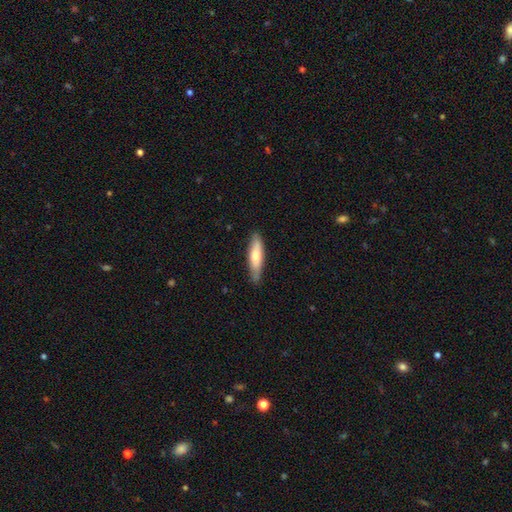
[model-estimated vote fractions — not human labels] Q: Smooth or featured?
A: smooth (65%); runner-up: featured or disk (30%)
Q: How rounded?
A: cigar-shaped (72%); runner-up: in between (27%)
Q: Merging?
A: none (80%); runner-up: minor disturbance (16%)